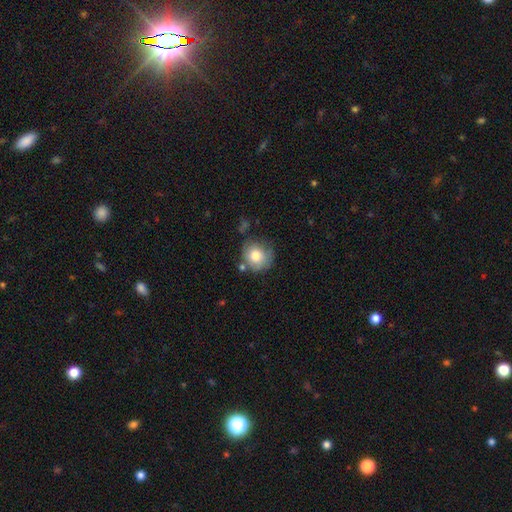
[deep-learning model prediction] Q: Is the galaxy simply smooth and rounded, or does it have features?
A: smooth — 76%.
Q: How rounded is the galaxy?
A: round — 83%.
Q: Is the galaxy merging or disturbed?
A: none — 61%.